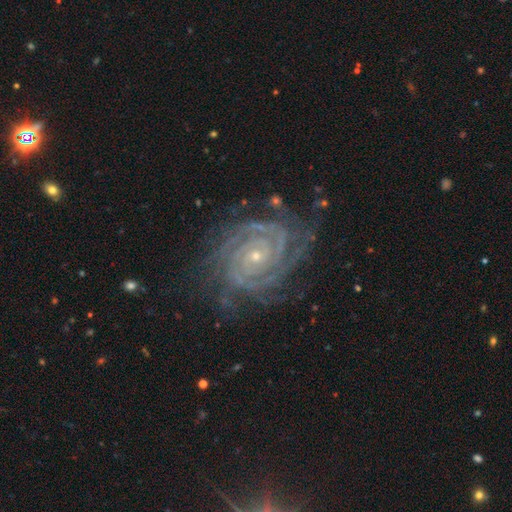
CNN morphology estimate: A featured or disk galaxy (91%) with no bar (72%), 2 (27%) tight (82%) spiral arms (99%) and a small central bulge (80%). Merging: none (75%).